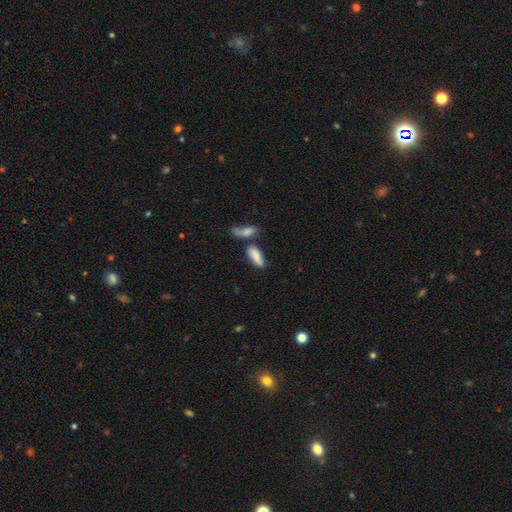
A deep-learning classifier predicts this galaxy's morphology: Smooth or featured? smooth (80%)
How rounded? in between (77%)
Merging? none (42%)